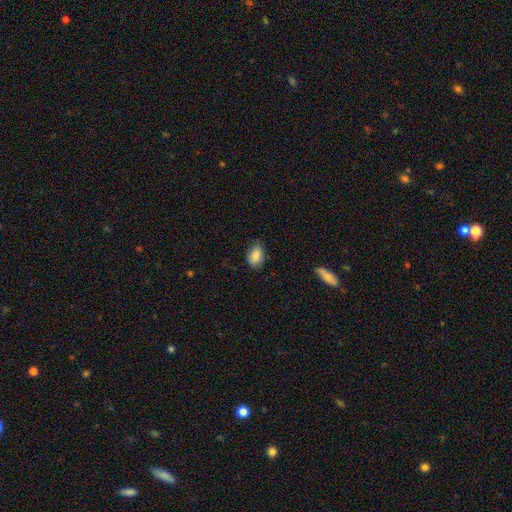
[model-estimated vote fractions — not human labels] Q: Smooth or featured?
A: smooth (85%); runner-up: star or artifact (7%)
Q: How rounded?
A: in between (85%); runner-up: round (14%)
Q: Merging?
A: none (75%); runner-up: minor disturbance (20%)